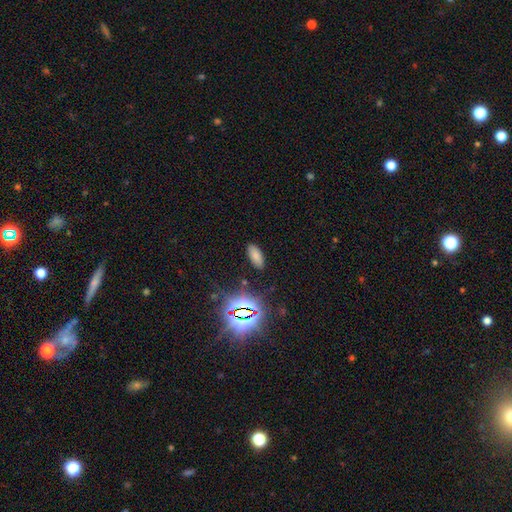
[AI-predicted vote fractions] smooth-or-featured: smooth: 72% | star or artifact: 21% | featured or disk: 7%
  how-rounded: in between: 87% | cigar-shaped: 10% | round: 3%
  merging: none: 87% | minor disturbance: 9% | major disturbance: 3% | merger: 2%